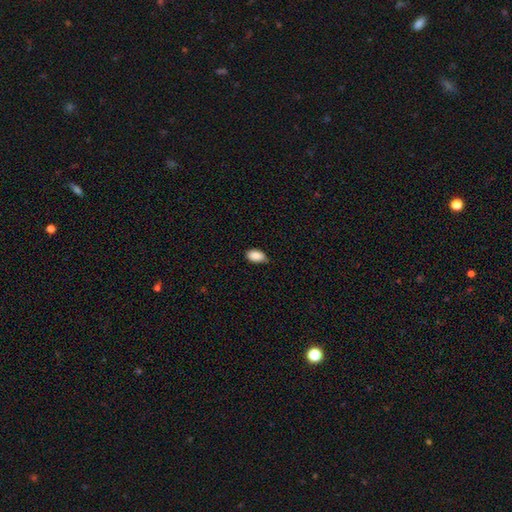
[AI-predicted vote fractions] Overall: smooth (88%). How rounded: in between (92%). Merging: none (73%).